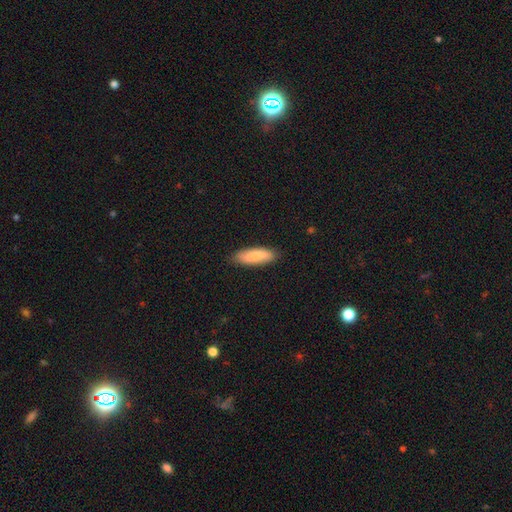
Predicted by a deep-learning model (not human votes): Overall: smooth (78%). How rounded: in between (53%; cigar-shaped 45%). Merging: none (86%).